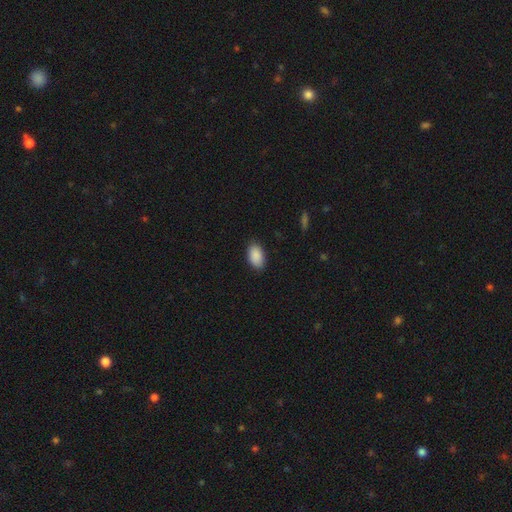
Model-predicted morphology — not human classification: Smooth or featured?
  - smooth: 90% *
  - star or artifact: 7%
  - featured or disk: 3%
How rounded?
  - in between: 93% *
  - round: 5%
  - cigar-shaped: 1%
Merging?
  - none: 86% *
  - minor disturbance: 11%
  - major disturbance: 2%
  - merger: 1%